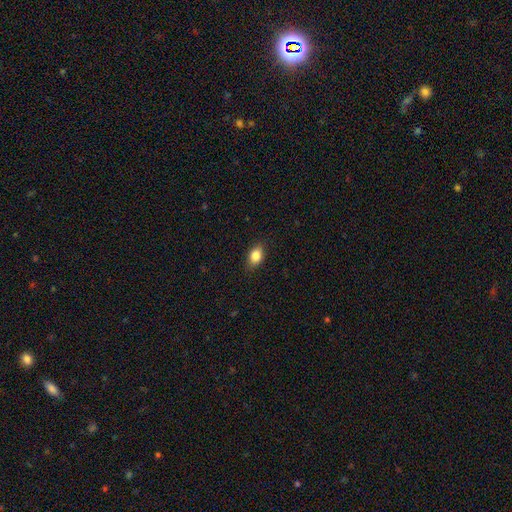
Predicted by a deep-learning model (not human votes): This appears to be a smooth galaxy with no disk features (84%) that is in between round and cigar-shaped (78%). Merging: none (85%).